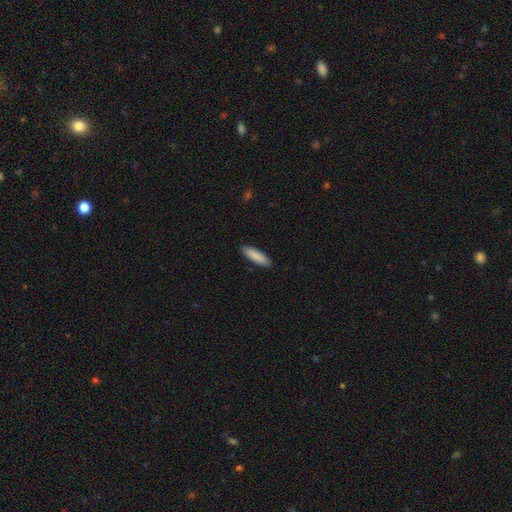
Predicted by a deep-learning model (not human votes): A smooth galaxy with no disk features (88%) that is cigar-shaped (64%).

Vote fractions:
- Smooth or featured? smooth: 88% / featured or disk: 6% / star or artifact: 5%
- How rounded? cigar-shaped: 64% / in between: 35% / round: 1%
- Merging? none: 90% / minor disturbance: 8% / major disturbance: 2% / merger: 1%